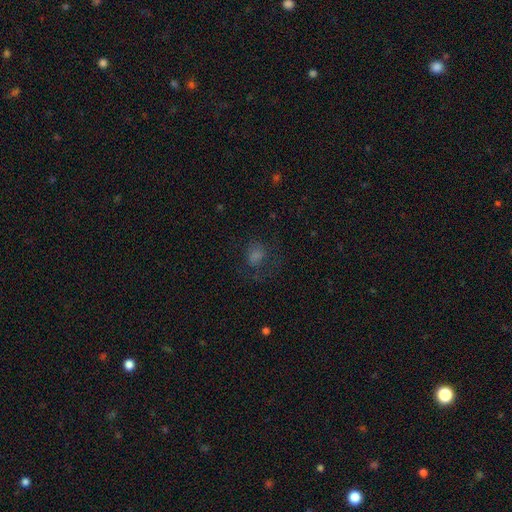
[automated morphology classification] type=smooth (54%); roundness=round (61%); merging=none (56%).